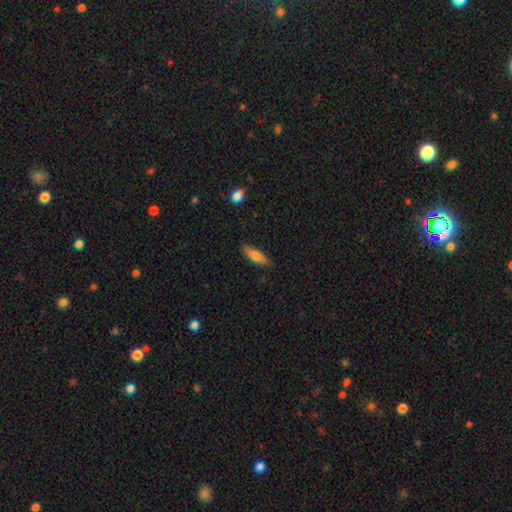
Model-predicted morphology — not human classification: This is likely a smooth galaxy (73%). How rounded: possibly in between (50%). Merging: clearly none (84%).